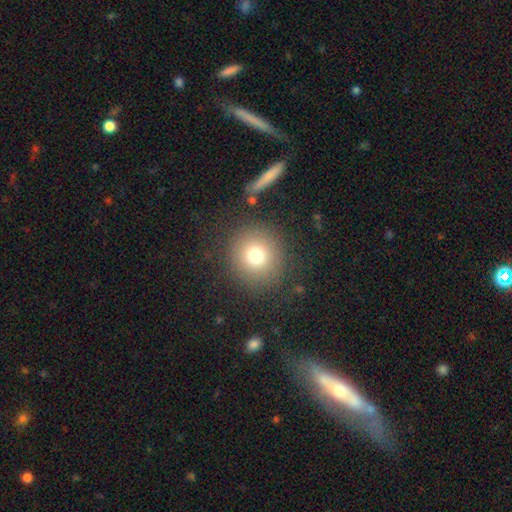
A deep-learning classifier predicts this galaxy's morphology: Q: Smooth or featured?
A: smooth (75%); runner-up: star or artifact (14%)
Q: How rounded?
A: round (93%); runner-up: in between (6%)
Q: Merging?
A: none (85%); runner-up: minor disturbance (8%)